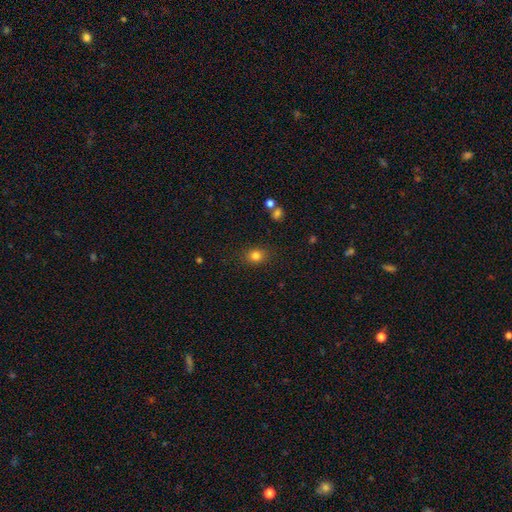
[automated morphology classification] smooth 82%, star or artifact 12%, featured or disk 6%. Down the decision tree: how rounded — round (58%); merging — none (86%).